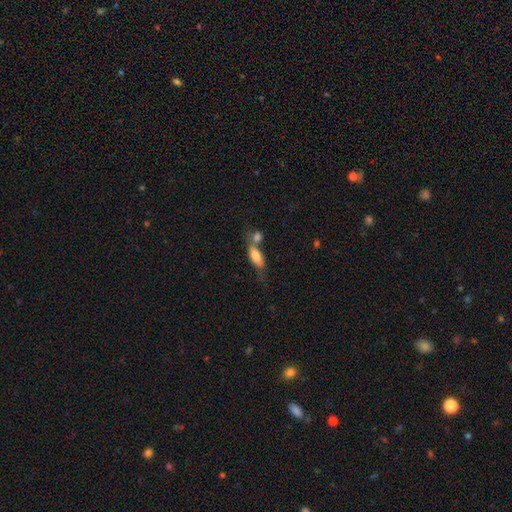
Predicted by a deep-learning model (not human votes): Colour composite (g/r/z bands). It shows a smooth galaxy with no disk features (72%) that is in between round and cigar-shaped (70%). Merging: merger (42%).